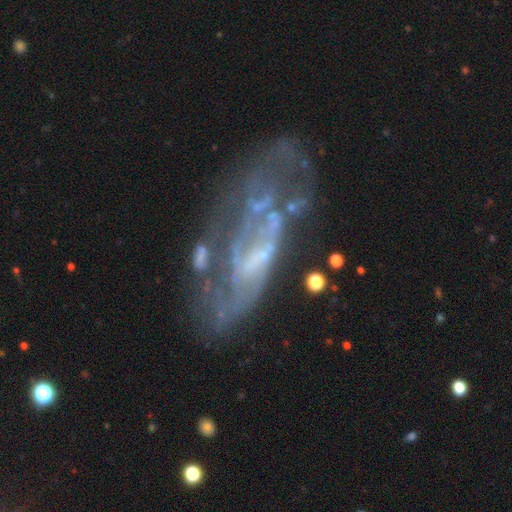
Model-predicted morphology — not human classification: smooth_or_featured: featured or disk (p=0.76) [alt: smooth p=0.14]
disk_edge_on: no (p=0.91) [alt: yes p=0.09]
bar: no (p=0.53) [alt: weak p=0.34]
has_spiral_arms: yes (p=0.59) [alt: no p=0.41]
bulge_size: none (p=0.44) [alt: small p=0.37]
merging: none (p=0.46) [alt: major disturbance p=0.24]